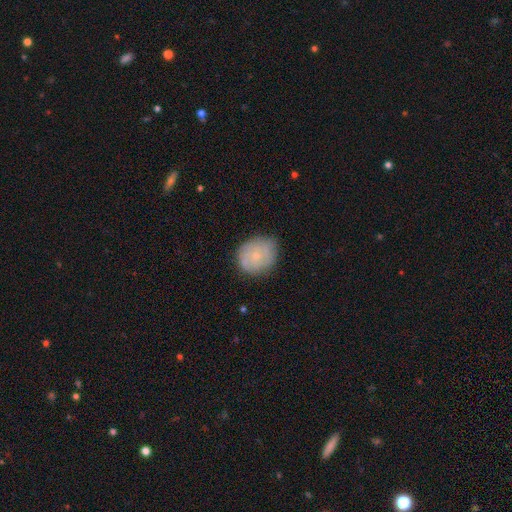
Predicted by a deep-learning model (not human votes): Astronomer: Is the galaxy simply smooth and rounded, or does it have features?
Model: smooth — 53% (runner-up: featured or disk, 39%).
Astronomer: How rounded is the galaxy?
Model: round — 71%.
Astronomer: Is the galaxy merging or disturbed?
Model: none — 76%.